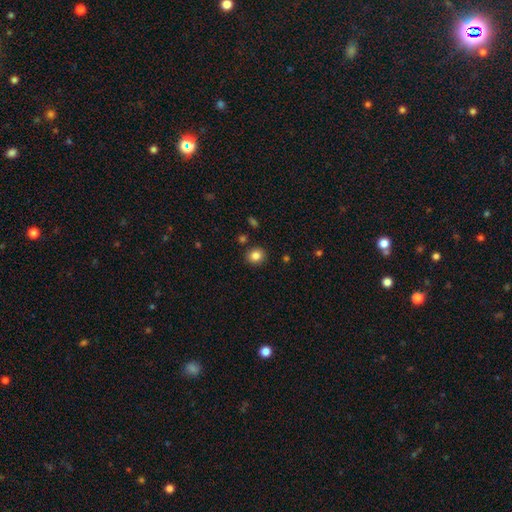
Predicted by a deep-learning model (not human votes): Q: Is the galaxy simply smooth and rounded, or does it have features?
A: smooth — 83%.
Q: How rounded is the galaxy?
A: round — 79%.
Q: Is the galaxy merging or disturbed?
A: none — 89%.